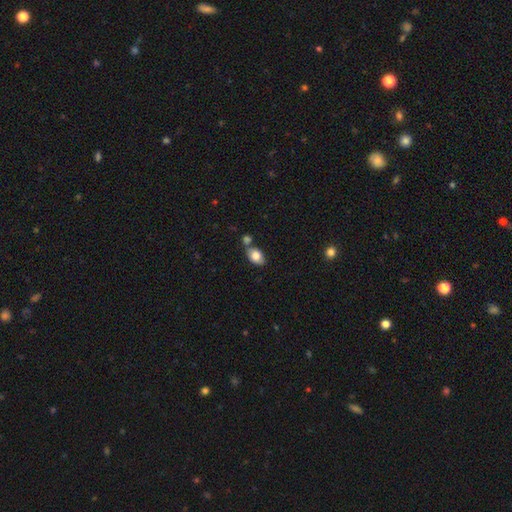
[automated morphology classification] A smooth galaxy with no disk features (80%) that is in between round and cigar-shaped (86%). Merging: none (59%).